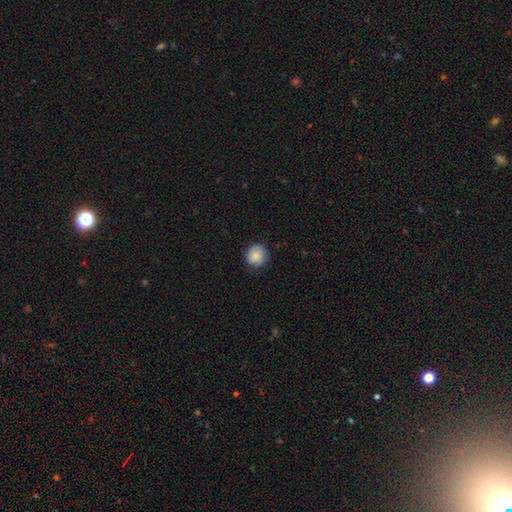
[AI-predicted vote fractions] This appears to be a smooth galaxy with no disk features (85%) that is round (90%). Merging: none (82%).